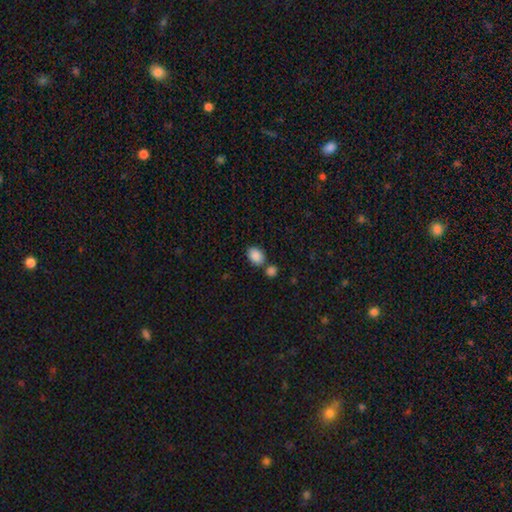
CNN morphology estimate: Smooth or featured?
  - smooth: 88% *
  - star or artifact: 8%
  - featured or disk: 4%
How rounded?
  - in between: 77% *
  - round: 22%
  - cigar-shaped: 1%
Merging?
  - none: 66% *
  - merger: 19%
  - minor disturbance: 11%
  - major disturbance: 3%